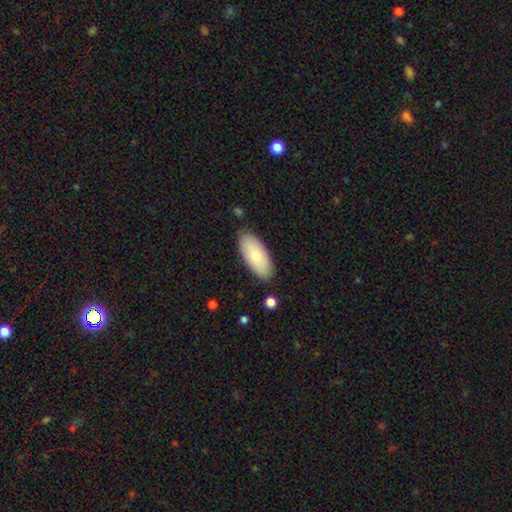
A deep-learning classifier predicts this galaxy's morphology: smooth 75%, featured or disk 19%, star or artifact 5%. Down the decision tree: how rounded — in between (90%); merging — none (84%).